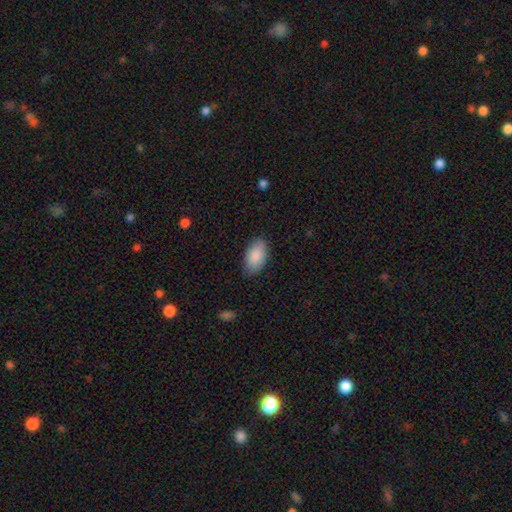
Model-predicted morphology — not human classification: The model was most divided on "merging": none: 83%, minor disturbance: 13%, major disturbance: 3%, merger: 1%. More confident: how rounded — in between (95%); smooth or featured — smooth (90%).